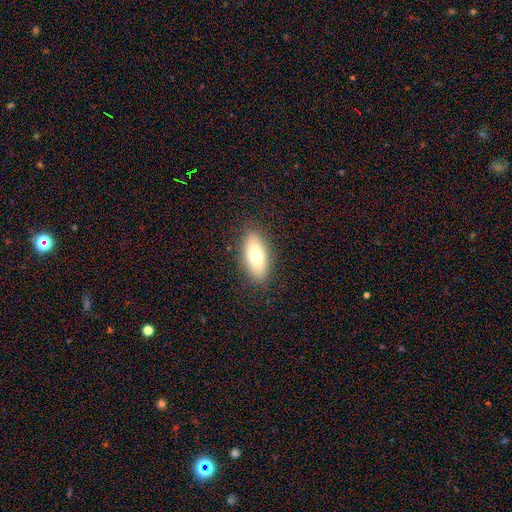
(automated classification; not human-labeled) Morphology: type=smooth (71%); roundness=in between (83%); merging=none (87%).